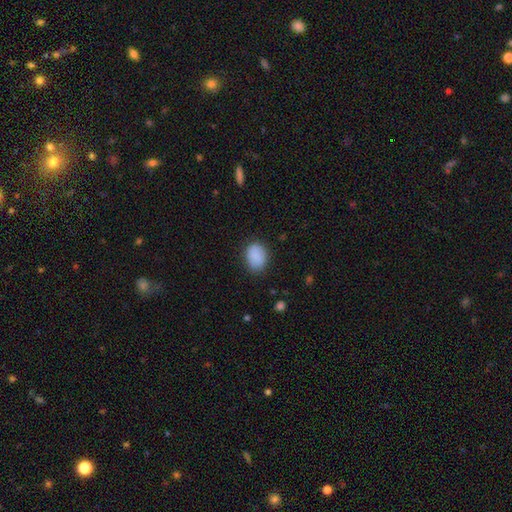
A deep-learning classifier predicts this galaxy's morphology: smooth-or-featured: smooth: 88% | star or artifact: 7% | featured or disk: 5%
  how-rounded: in between: 66% | round: 33% | cigar-shaped: 1%
  merging: none: 81% | minor disturbance: 14% | major disturbance: 3% | merger: 1%